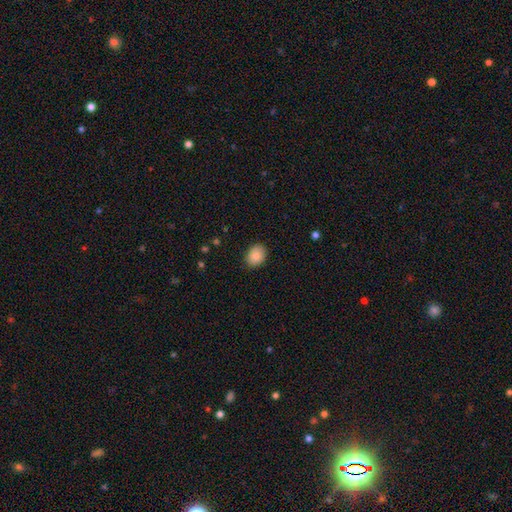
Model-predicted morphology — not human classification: Smooth or featured? Predicted: smooth (p=0.85). How rounded? Predicted: in between (p=0.66). Merging? Predicted: none (p=0.86).